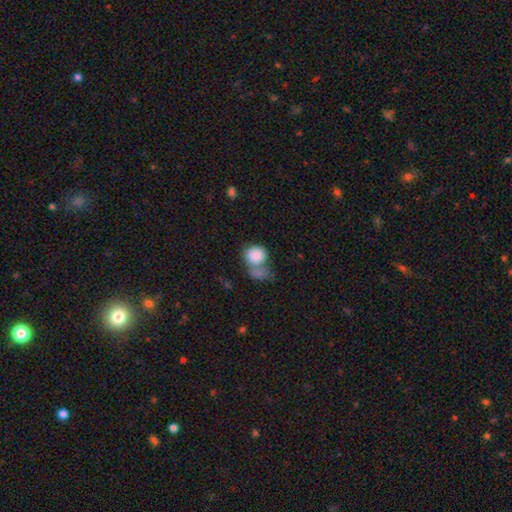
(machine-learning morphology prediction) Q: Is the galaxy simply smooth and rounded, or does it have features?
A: smooth — 85%.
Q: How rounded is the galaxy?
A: round — 76%.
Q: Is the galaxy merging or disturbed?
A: merger — 46%.